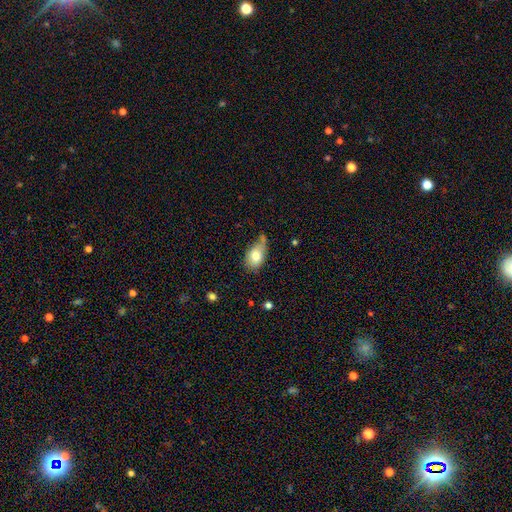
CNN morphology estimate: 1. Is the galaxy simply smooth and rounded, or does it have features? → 78% smooth, 14% featured or disk, 8% star or artifact.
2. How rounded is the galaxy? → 85% in between, 13% round, 2% cigar-shaped.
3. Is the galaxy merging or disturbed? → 43% none, 34% minor disturbance, 13% merger, 11% major disturbance.